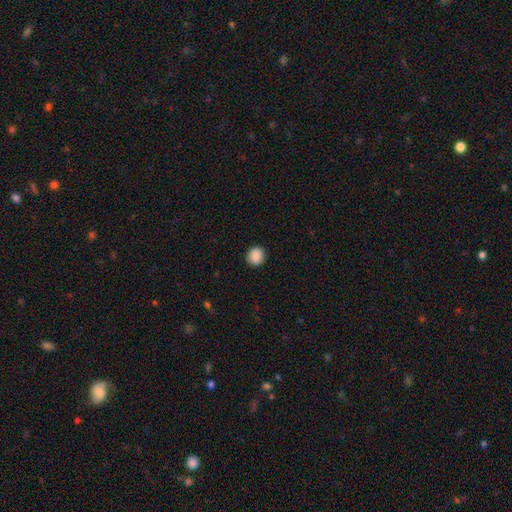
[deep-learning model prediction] Q: Smooth or featured?
A: smooth (88%); runner-up: star or artifact (8%)
Q: How rounded?
A: round (85%); runner-up: in between (14%)
Q: Merging?
A: none (91%); runner-up: minor disturbance (6%)